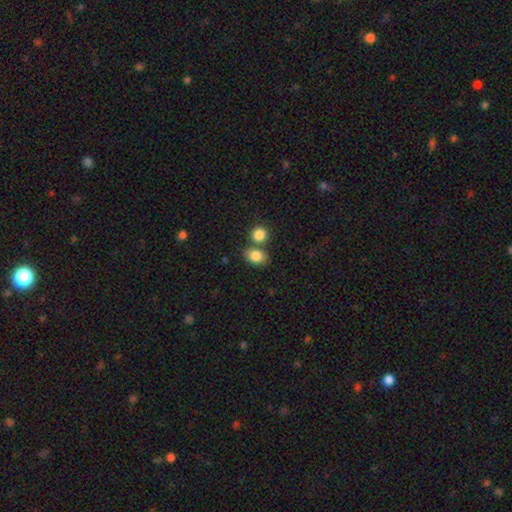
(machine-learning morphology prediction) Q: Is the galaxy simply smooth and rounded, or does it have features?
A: smooth — 85%.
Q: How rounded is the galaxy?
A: in between — 66%.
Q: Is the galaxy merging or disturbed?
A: none — 56%.